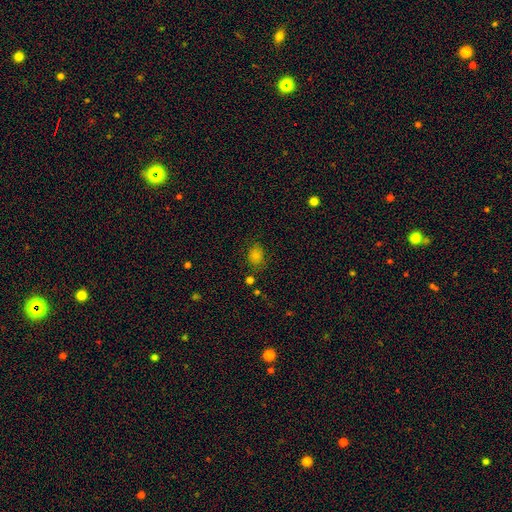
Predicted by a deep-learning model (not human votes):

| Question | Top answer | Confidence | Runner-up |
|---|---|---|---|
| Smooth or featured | smooth | 70% | star or artifact (21%) |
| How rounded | round | 53% | in between (46%) |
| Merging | none | 77% | minor disturbance (15%) |